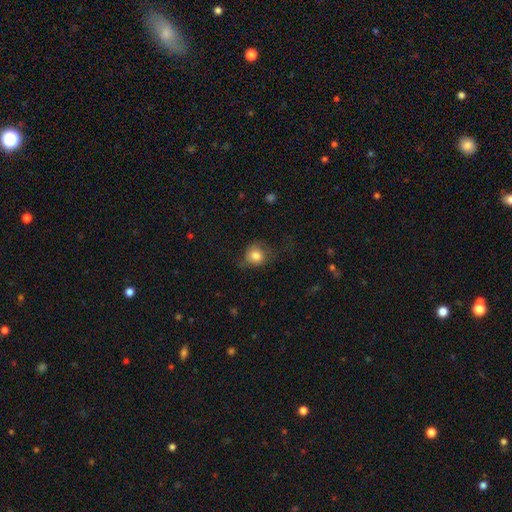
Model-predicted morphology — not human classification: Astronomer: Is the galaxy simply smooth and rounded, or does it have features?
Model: smooth — 77%.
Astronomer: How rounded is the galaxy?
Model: round — 80%.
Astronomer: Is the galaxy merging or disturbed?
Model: none — 54%.